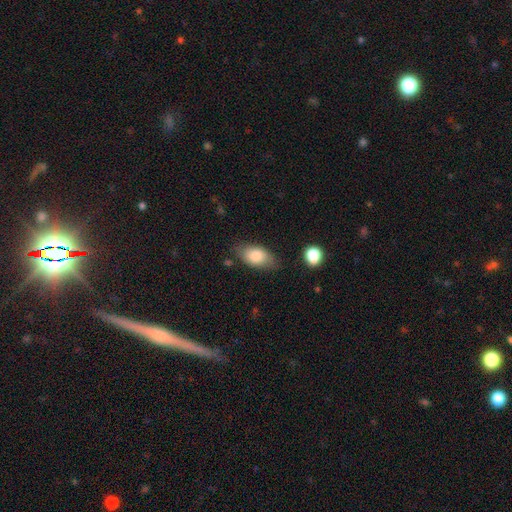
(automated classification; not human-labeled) Overall: smooth (81%). How rounded: in between (90%). Merging: none (69%).